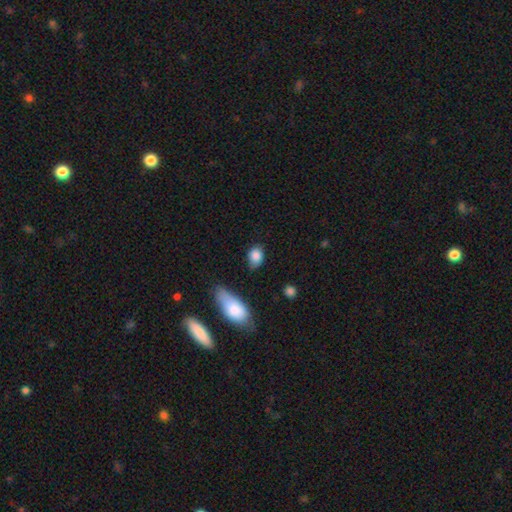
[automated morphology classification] This is clearly a smooth galaxy (85%). How rounded: likely in between (67%). Merging: likely none (64%).